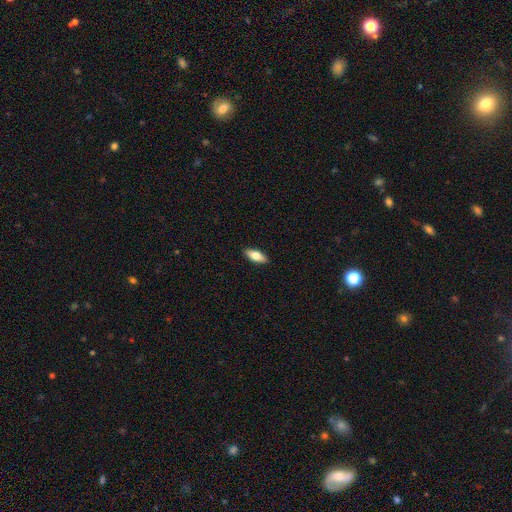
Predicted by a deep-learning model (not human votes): Smooth or featured? smooth (70%)
How rounded? in between (74%)
Merging? none (90%)